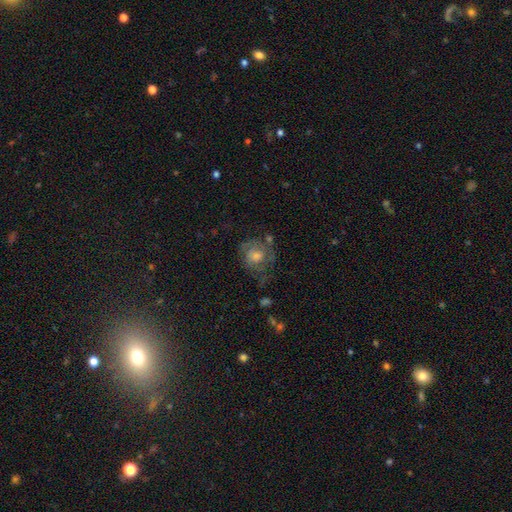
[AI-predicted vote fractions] A featured or disk galaxy (59%) with no bar (77%), spiral arms (78%) and a moderate central bulge (60%).

Vote fractions:
- Smooth or featured? featured or disk: 59% / smooth: 27% / star or artifact: 14%
- Edge-on disk? no: 97% / yes: 3%
- Bar? no: 77% / weak: 20% / strong: 3%
- Spiral arms? yes: 78% / no: 22%
- Bulge size? moderate: 60% / small: 22% / large: 12% / none: 4% / dominant: 2%
- Merging? none: 60% / minor disturbance: 21% / major disturbance: 15% / merger: 3%